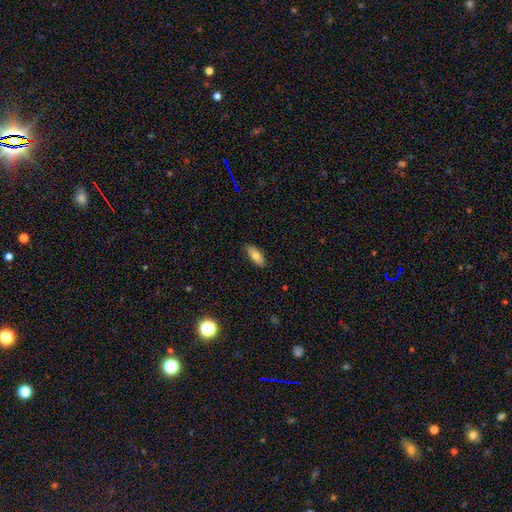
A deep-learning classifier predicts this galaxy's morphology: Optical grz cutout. It shows a smooth galaxy with no disk features (76%) that is in between round and cigar-shaped (82%). Merging: none (85%).